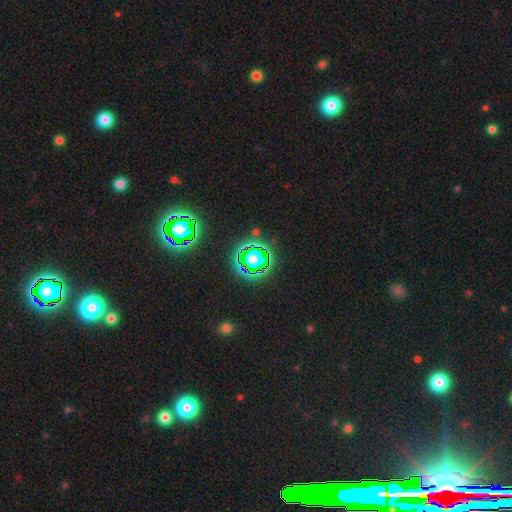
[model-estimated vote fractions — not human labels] This is likely a star or artifact rather than a galaxy (61%).